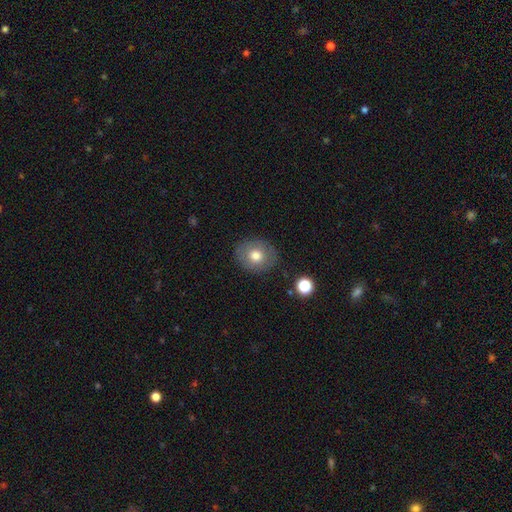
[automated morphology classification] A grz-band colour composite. It shows a smooth galaxy with no disk features (73%) that is round (69%). Merging: none (85%).